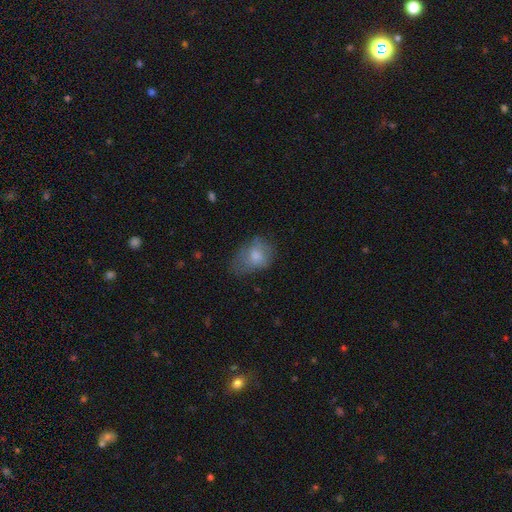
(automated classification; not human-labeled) This appears to be a smooth galaxy with no disk features (70%) that is in between round and cigar-shaped (72%). Merging: none (43%).